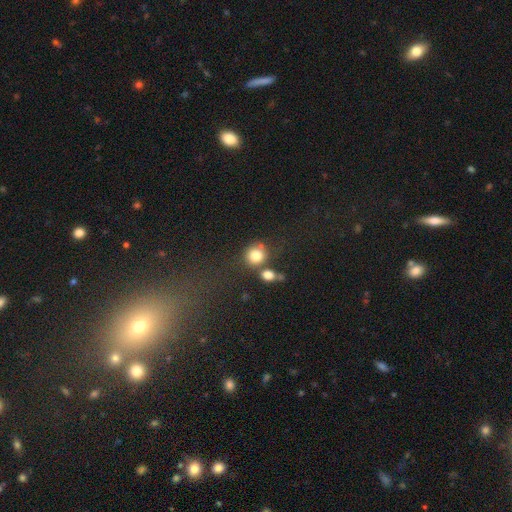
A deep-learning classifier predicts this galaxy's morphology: The model was most divided on "merging": none: 56%, merger: 25%, minor disturbance: 13%, major disturbance: 6%. More confident: how rounded — round (82%); smooth or featured — smooth (80%).